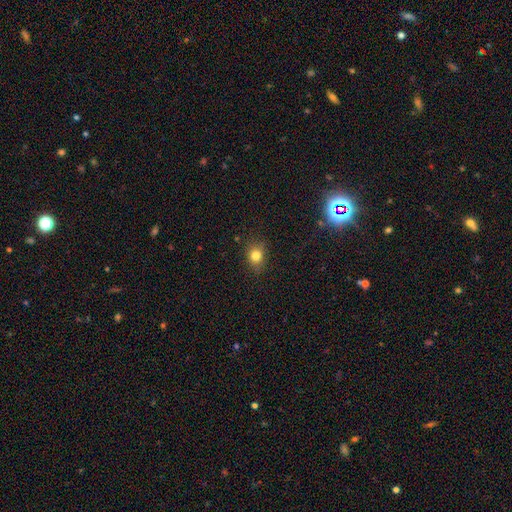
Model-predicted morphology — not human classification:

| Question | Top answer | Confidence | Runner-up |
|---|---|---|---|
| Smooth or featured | smooth | 81% | star or artifact (12%) |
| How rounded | round | 59% | in between (40%) |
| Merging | none | 82% | minor disturbance (14%) |